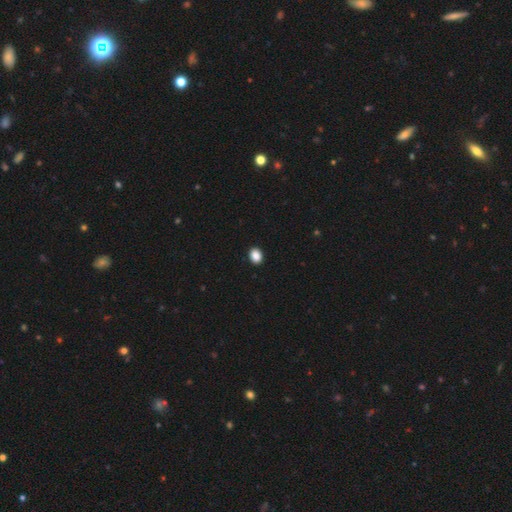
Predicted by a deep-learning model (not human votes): This appears to be a smooth galaxy with no disk features (88%) that is in between round and cigar-shaped (61%). Merging: none (92%).